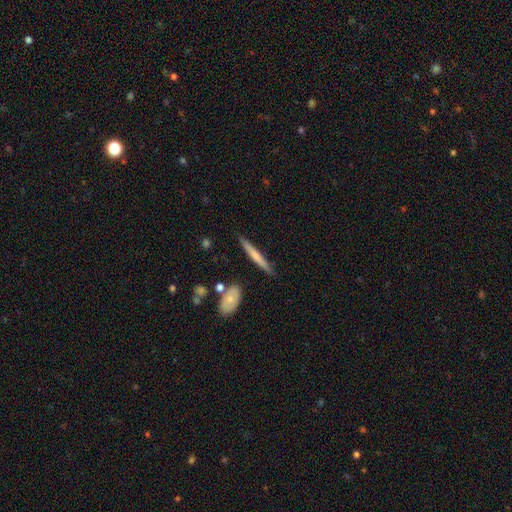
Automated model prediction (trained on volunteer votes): Overall: smooth (55%; featured or disk 40%). How rounded: cigar-shaped (94%). Merging: none (86%).